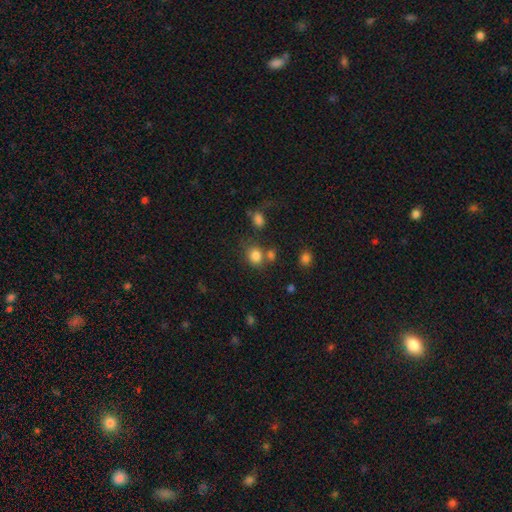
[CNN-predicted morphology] smooth_or_featured: smooth (p=0.81) [alt: star or artifact p=0.12]
how_rounded: round (p=0.61) [alt: in between p=0.38]
merging: none (p=0.60) [alt: merger p=0.20]